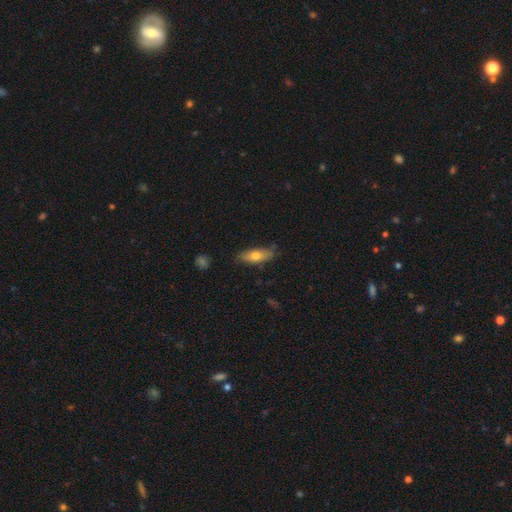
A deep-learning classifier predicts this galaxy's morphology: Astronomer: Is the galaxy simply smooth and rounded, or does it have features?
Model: smooth — 69%.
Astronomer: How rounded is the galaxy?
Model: in between — 64%.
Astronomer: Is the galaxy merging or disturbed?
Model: none — 77%.